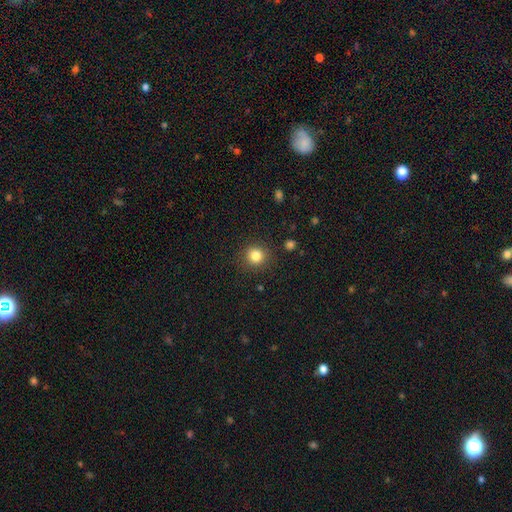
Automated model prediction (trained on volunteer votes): Overall: smooth (83%). How rounded: round (90%). Merging: none (89%).